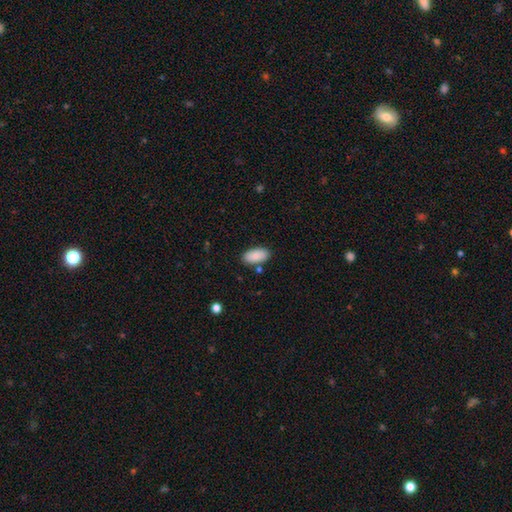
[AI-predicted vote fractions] Smooth or featured?
  - smooth: 88% *
  - star or artifact: 6%
  - featured or disk: 5%
How rounded?
  - in between: 93% *
  - cigar-shaped: 5%
  - round: 2%
Merging?
  - none: 84% *
  - minor disturbance: 10%
  - merger: 4%
  - major disturbance: 2%